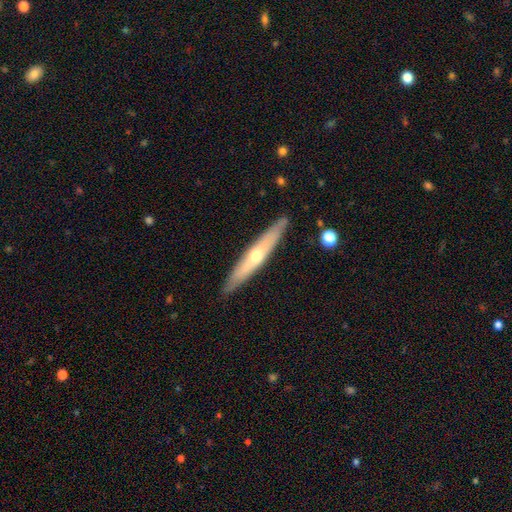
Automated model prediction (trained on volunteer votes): A featured or disk galaxy (55%) viewed edge-on (87%).

Vote fractions:
- Smooth or featured? featured or disk: 55% / smooth: 39% / star or artifact: 6%
- Edge-on disk? yes: 87% / no: 13%
- Merging? none: 89% / minor disturbance: 8% / major disturbance: 2% / merger: 1%